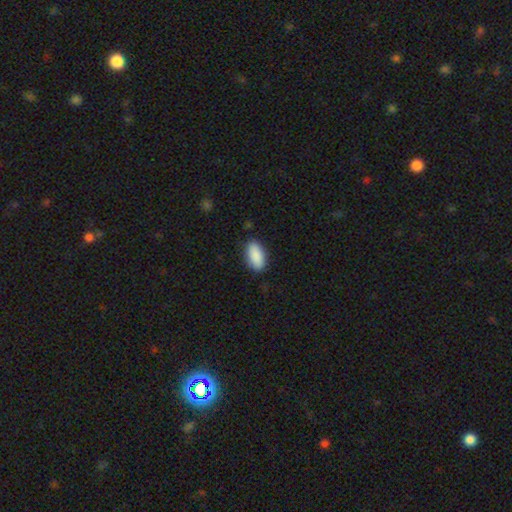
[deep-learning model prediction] This appears to be a smooth galaxy with no disk features (90%) that is in between round and cigar-shaped (92%). Merging: none (86%).